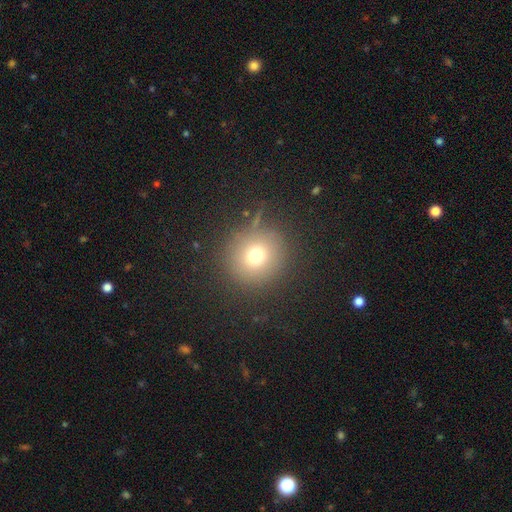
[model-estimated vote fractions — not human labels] Q: Smooth or featured?
A: smooth (72%); runner-up: star or artifact (17%)
Q: How rounded?
A: round (92%); runner-up: in between (7%)
Q: Merging?
A: none (84%); runner-up: minor disturbance (9%)